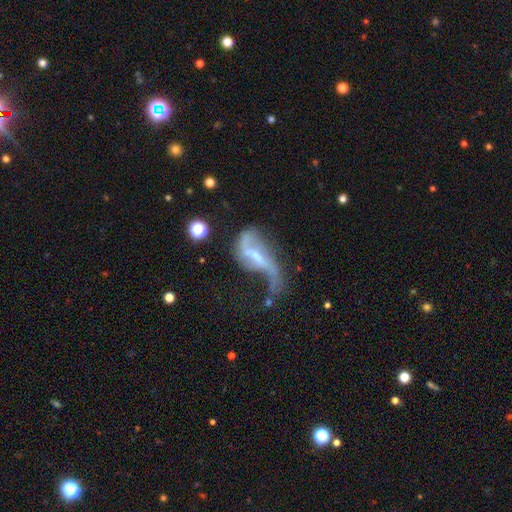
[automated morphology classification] Smooth or featured? featured or disk (70%)
Edge-on disk? no (88%)
Bar? weak (39%)
Spiral arms? yes (67%)
Bulge size? small (46%)
Merging? major disturbance (49%)